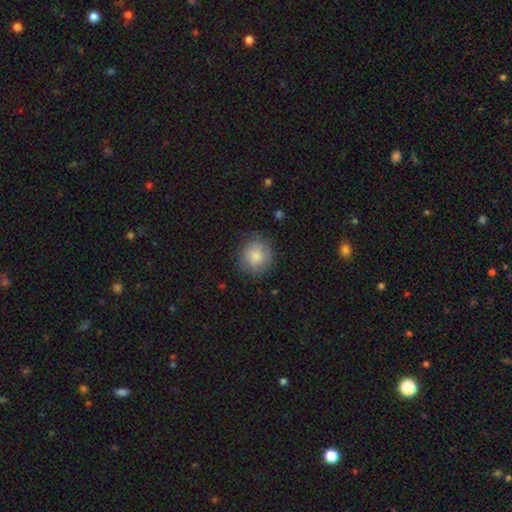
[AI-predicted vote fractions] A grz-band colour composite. It shows a smooth galaxy with no disk features (80%) that is round (87%). Merging: none (78%).